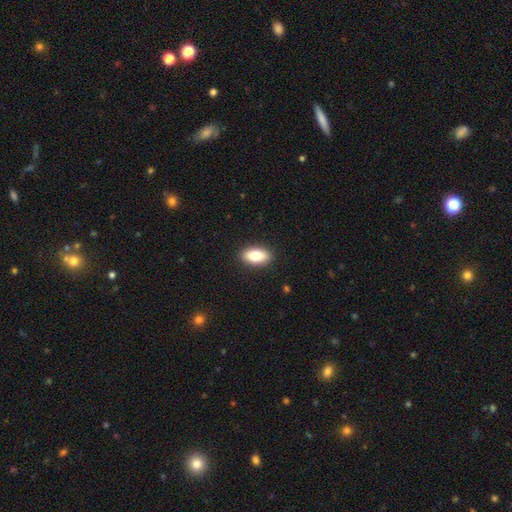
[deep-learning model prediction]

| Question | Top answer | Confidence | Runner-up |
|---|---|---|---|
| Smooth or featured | smooth | 80% | featured or disk (13%) |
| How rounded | in between | 89% | cigar-shaped (7%) |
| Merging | none | 90% | minor disturbance (7%) |